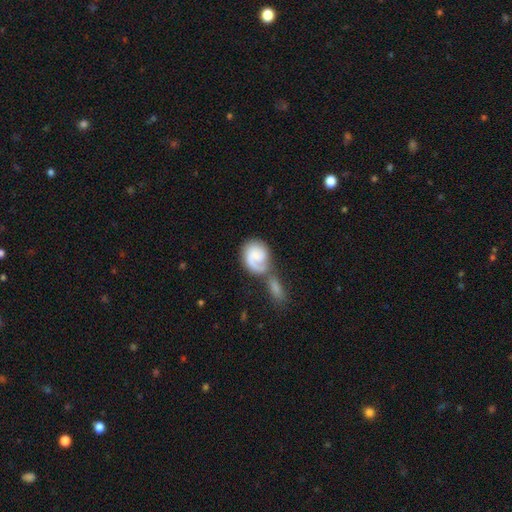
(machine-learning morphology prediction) A featured or disk galaxy (58%) with no bar (64%), spiral arms (88%) and a small central bulge (39%).

Vote fractions:
- Smooth or featured? featured or disk: 58% / smooth: 36% / star or artifact: 6%
- Edge-on disk? no: 97% / yes: 3%
- Bar? no: 64% / weak: 30% / strong: 5%
- Spiral arms? yes: 88% / no: 12%
- Bulge size? small: 39% / none: 26% / moderate: 25% / large: 7% / dominant: 3%
- Merging? merger: 45% / none: 29% / minor disturbance: 13% / major disturbance: 13%